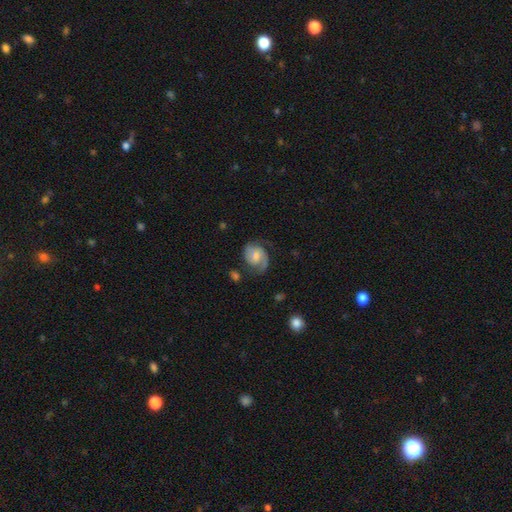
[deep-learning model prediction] smooth_or_featured: featured or disk (p=0.81) [alt: smooth p=0.13]
disk_edge_on: no (p=0.98) [alt: yes p=0.02]
bar: no (p=0.49) [alt: weak p=0.42]
has_spiral_arms: yes (p=0.96) [alt: no p=0.04]
spiral_winding: medium (p=0.50) [alt: tight p=0.35]
spiral_arm_count: 2 (p=0.90) [alt: can't tell p=0.04]
bulge_size: moderate (p=0.42) [alt: small p=0.30]
merging: none (p=0.74) [alt: minor disturbance p=0.17]